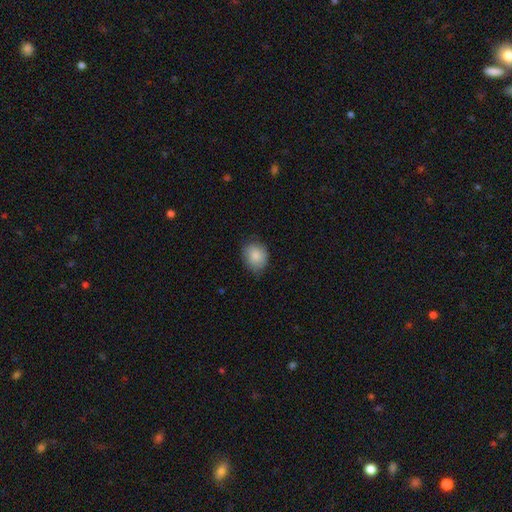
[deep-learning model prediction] A smooth galaxy with no disk features (84%) that is round (61%).

Vote fractions:
- Smooth or featured? smooth: 84% / featured or disk: 9% / star or artifact: 7%
- How rounded? round: 61% / in between: 38% / cigar-shaped: 1%
- Merging? none: 72% / minor disturbance: 24% / major disturbance: 4% / merger: 1%